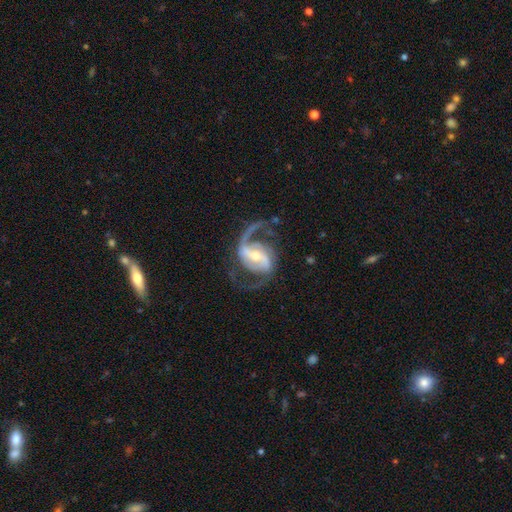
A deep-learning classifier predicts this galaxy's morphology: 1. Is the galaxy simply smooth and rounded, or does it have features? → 92% featured or disk, 4% star or artifact, 3% smooth.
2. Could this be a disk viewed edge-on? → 98% no, 2% yes.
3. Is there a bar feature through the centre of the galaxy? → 46% strong, 37% weak, 17% no.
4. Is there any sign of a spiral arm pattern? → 98% yes, 2% no.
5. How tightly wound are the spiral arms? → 49% medium, 42% loose, 9% tight.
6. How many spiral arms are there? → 91% 2, 3% 1, 2% 3, 2% can't tell, 1% 4, 1% more than 4.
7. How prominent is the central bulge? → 52% moderate, 42% small, 3% large, 1% none, 1% dominant.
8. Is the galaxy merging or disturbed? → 71% none, 14% minor disturbance, 13% major disturbance, 2% merger.